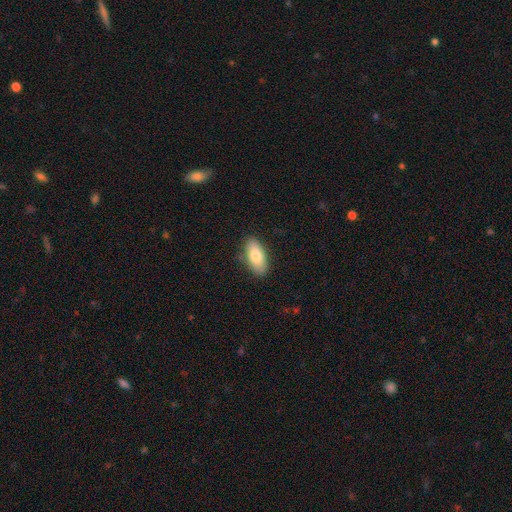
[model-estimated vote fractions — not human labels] This is likely a smooth galaxy (80%). How rounded: clearly in between (87%). Merging: clearly none (84%).